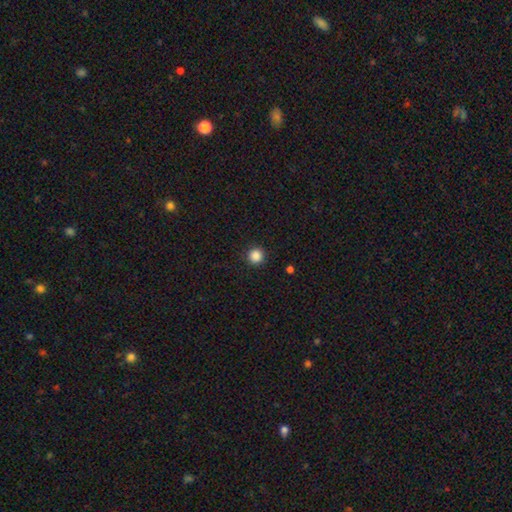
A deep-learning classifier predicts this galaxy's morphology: Overall: smooth (87%). How rounded: round (96%). Merging: none (92%).